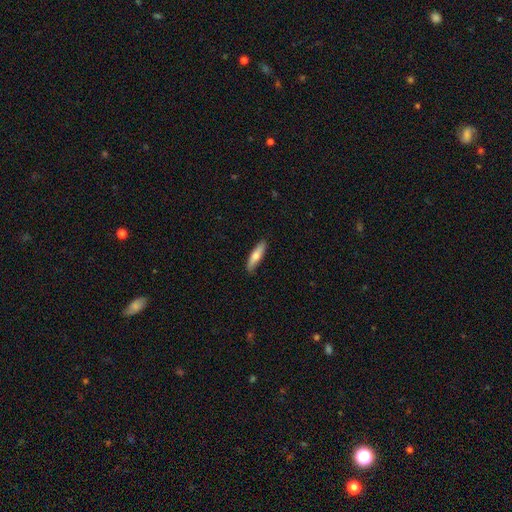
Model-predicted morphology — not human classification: Smooth or featured? Predicted: smooth (p=0.67). How rounded? Predicted: cigar-shaped (p=0.72). Merging? Predicted: none (p=0.88).